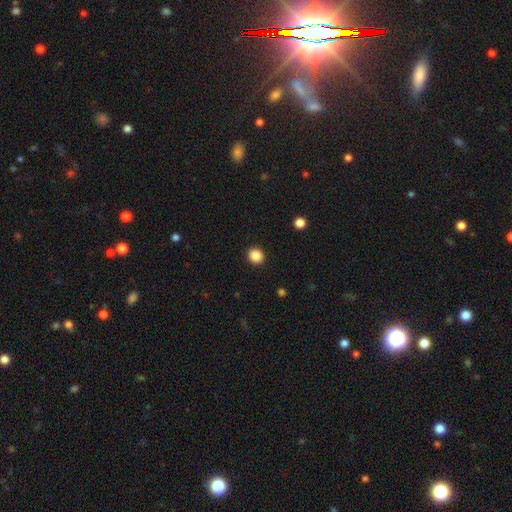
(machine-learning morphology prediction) smooth_or_featured: smooth (p=0.87) [alt: star or artifact p=0.10]
how_rounded: round (p=0.80) [alt: in between p=0.19]
merging: none (p=0.92) [alt: minor disturbance p=0.06]